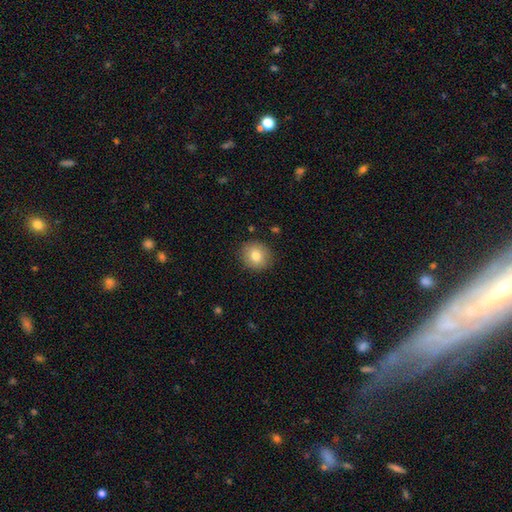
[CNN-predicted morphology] This appears to be a smooth galaxy with no disk features (81%) that is round (81%). Merging: none (88%).